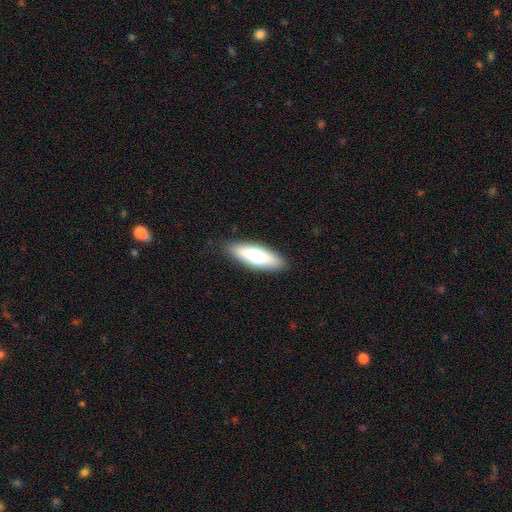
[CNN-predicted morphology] Smooth or featured? Predicted: smooth (p=0.69). How rounded? Predicted: in between (p=0.53). Merging? Predicted: none (p=0.87).